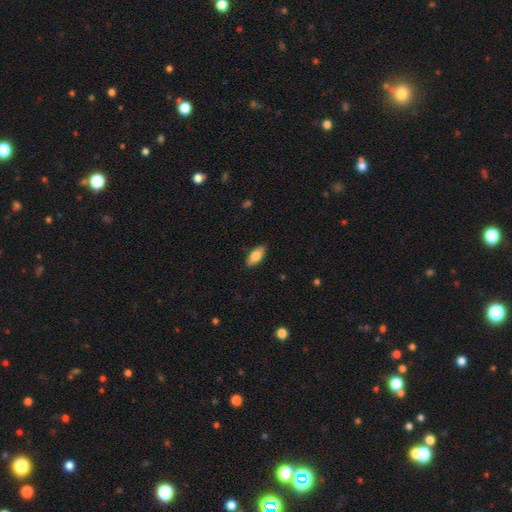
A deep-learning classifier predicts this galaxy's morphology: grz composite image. It shows a smooth galaxy with no disk features (82%) that is in between round and cigar-shaped (88%). Merging: none (87%).